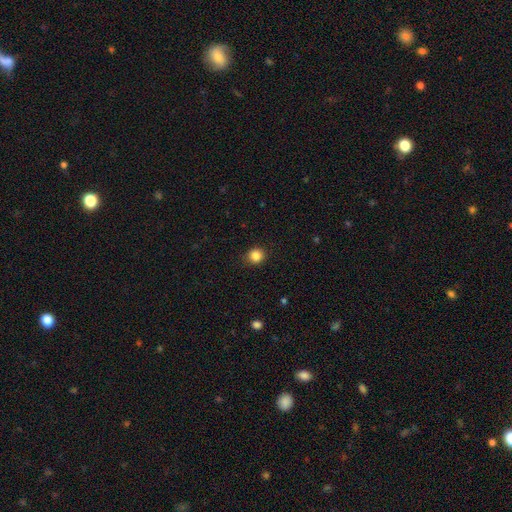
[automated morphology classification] smooth_or_featured: smooth (p=0.85) [alt: star or artifact p=0.11]
how_rounded: round (p=0.89) [alt: in between p=0.10]
merging: none (p=0.89) [alt: minor disturbance p=0.08]